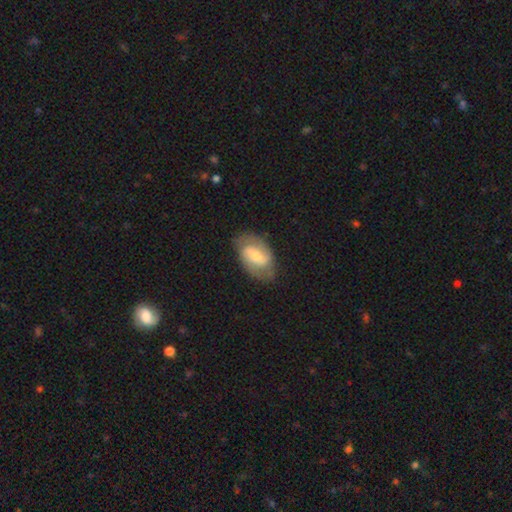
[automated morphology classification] Smooth or featured: featured or disk — 67% (smooth — 28%)
Edge-on disk: no — 96% (yes — 4%)
Bar: weak — 50% (no — 29%)
Spiral arms: yes — 86% (no — 14%)
Spiral winding: medium — 48% (tight — 27%)
Spiral arm count: 2 — 82% (can't tell — 11%)
Bulge size: moderate — 48% (small — 42%)
Merging: none — 72% (minor disturbance — 20%)